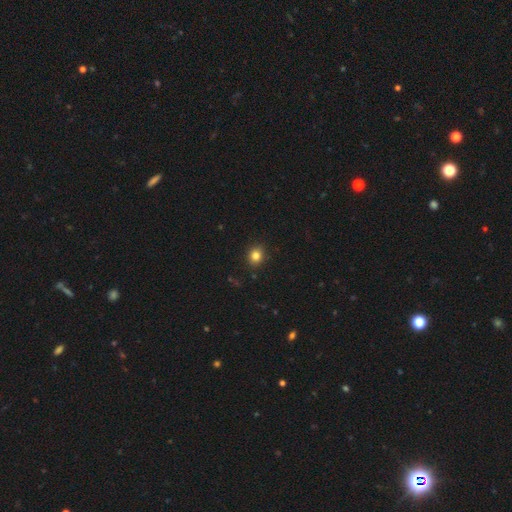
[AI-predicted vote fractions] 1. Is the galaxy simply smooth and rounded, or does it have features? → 83% smooth, 12% star or artifact, 5% featured or disk.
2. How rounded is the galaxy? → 68% round, 31% in between, 1% cigar-shaped.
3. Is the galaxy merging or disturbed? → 90% none, 7% minor disturbance, 2% major disturbance, 1% merger.